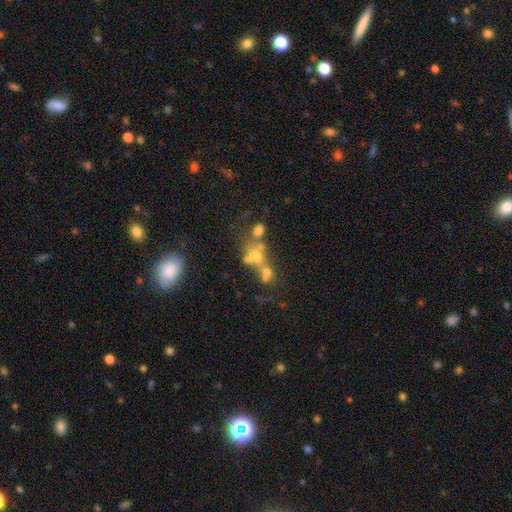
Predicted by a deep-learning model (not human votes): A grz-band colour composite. It shows a smooth galaxy with no disk features (46%). Merging: merger (50%).